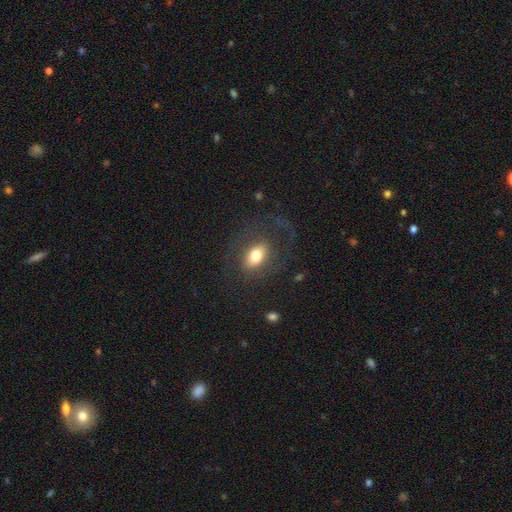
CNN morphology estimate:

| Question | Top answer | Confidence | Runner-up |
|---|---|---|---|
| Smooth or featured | smooth | 63% | featured or disk (27%) |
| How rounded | in between | 81% | round (16%) |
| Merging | none | 61% | major disturbance (21%) |